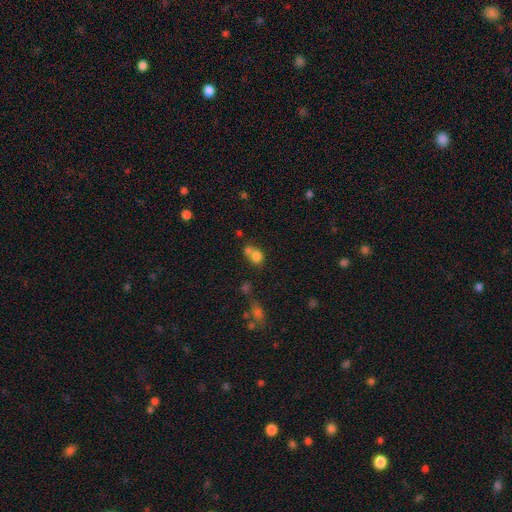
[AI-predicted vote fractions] This appears to be a smooth galaxy with no disk features (75%) that is round (67%). Merging: merger (52%).